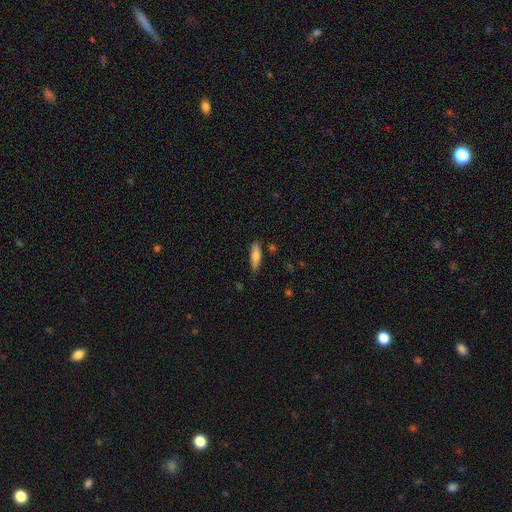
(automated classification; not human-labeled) A smooth galaxy with no disk features (77%) that is cigar-shaped (57%). Merging: none (82%).